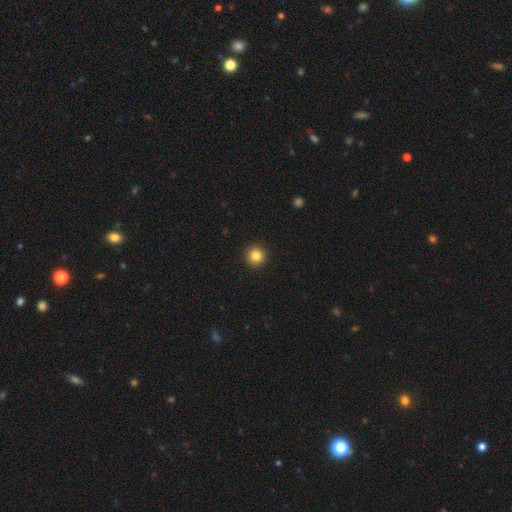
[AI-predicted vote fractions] smooth-or-featured: smooth: 83% | star or artifact: 11% | featured or disk: 5%
  how-rounded: round: 96% | in between: 3% | cigar-shaped: 1%
  merging: none: 93% | minor disturbance: 4% | major disturbance: 1% | merger: 1%